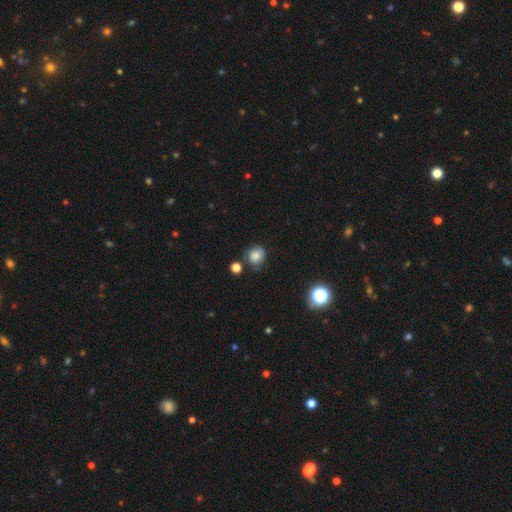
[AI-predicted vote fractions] Smooth or featured?
  - smooth: 72% *
  - featured or disk: 16%
  - star or artifact: 13%
How rounded?
  - round: 81% *
  - in between: 18%
  - cigar-shaped: 1%
Merging?
  - none: 63% *
  - minor disturbance: 22%
  - merger: 8%
  - major disturbance: 7%